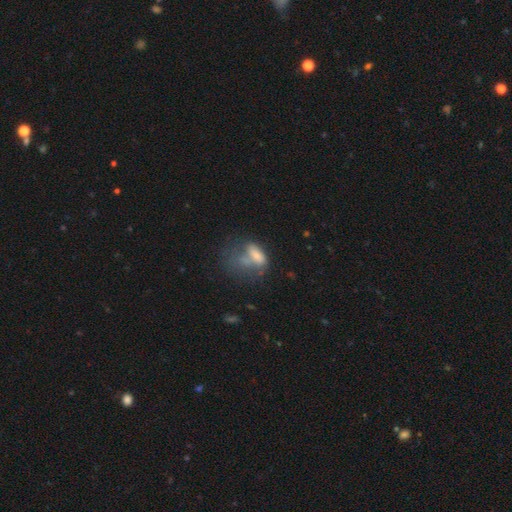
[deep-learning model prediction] Smooth or featured? Predicted: smooth (p=0.54). How rounded? Predicted: in between (p=0.78). Merging? Predicted: major disturbance (p=0.41).